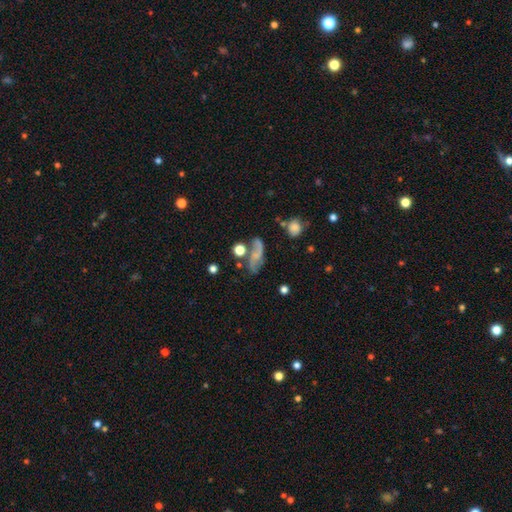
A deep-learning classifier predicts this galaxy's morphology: Smooth or featured? featured or disk (59%)
Edge-on disk? no (93%)
Bar? no (60%)
Spiral arms? yes (85%)
Bulge size? none (49%)
Merging? none (50%)